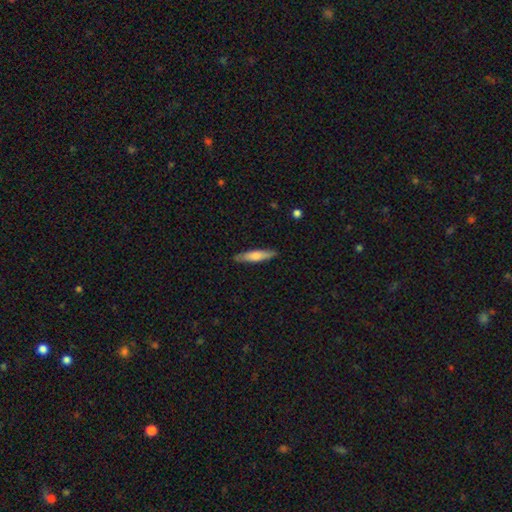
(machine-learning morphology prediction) Smooth or featured? Predicted: smooth (p=0.62). How rounded? Predicted: cigar-shaped (p=0.84). Merging? Predicted: none (p=0.87).